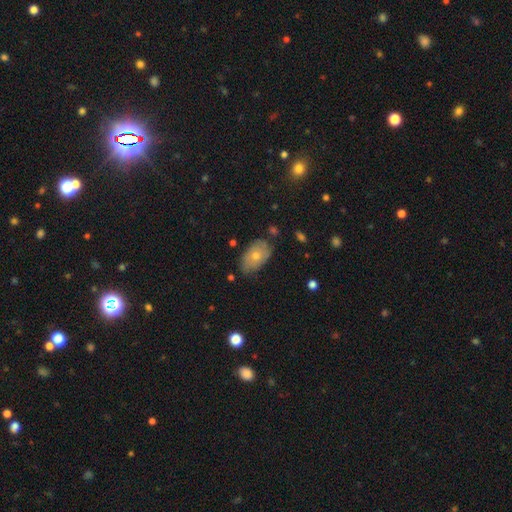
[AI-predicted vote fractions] The model was most divided on "smooth or featured": smooth: 64%, featured or disk: 29%, star or artifact: 7%. More confident: how rounded — in between (90%); merging — none (66%).